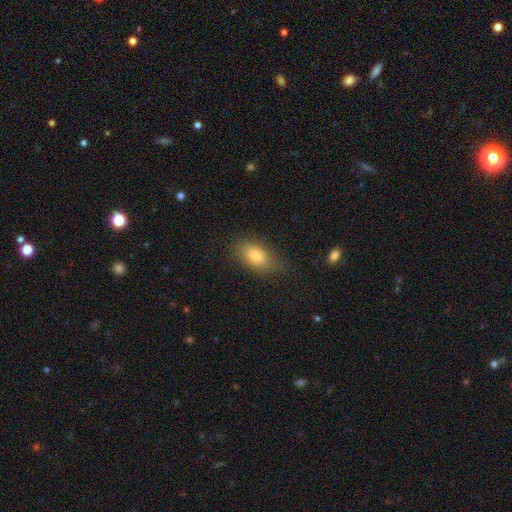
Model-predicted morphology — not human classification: The model was most divided on "merging": none: 77%, minor disturbance: 17%, major disturbance: 5%, merger: 1%. More confident: how rounded — in between (86%); smooth or featured — smooth (78%).